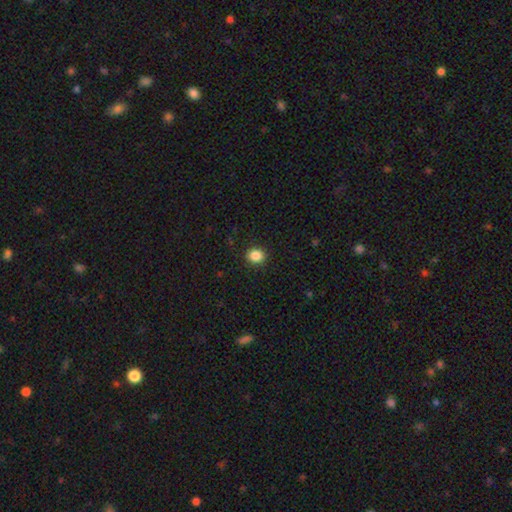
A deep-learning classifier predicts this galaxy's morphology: This is clearly a smooth galaxy (86%). How rounded: likely round (75%). Merging: clearly none (91%).